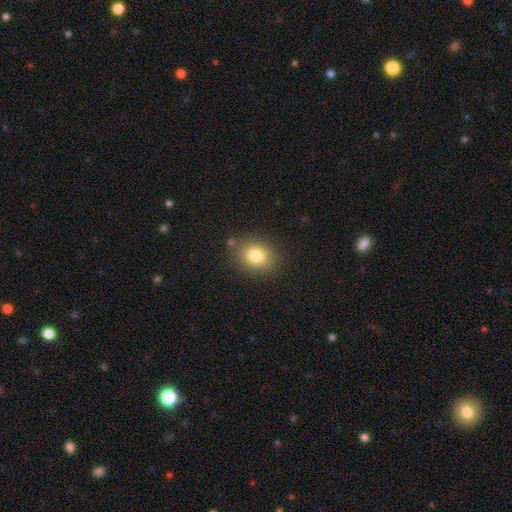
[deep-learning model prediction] A smooth galaxy with no disk features (81%) that is round (60%).

Vote fractions:
- Smooth or featured? smooth: 81% / star or artifact: 11% / featured or disk: 9%
- How rounded? round: 60% / in between: 39% / cigar-shaped: 1%
- Merging? none: 83% / minor disturbance: 11% / merger: 4% / major disturbance: 3%